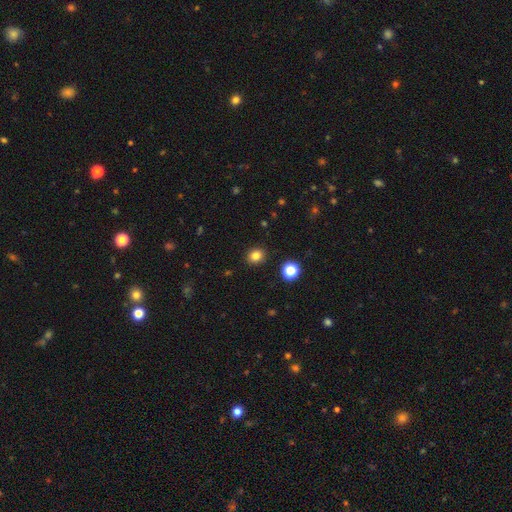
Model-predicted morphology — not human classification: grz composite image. It shows a smooth galaxy with no disk features (82%) that is round (66%). Merging: none (90%).